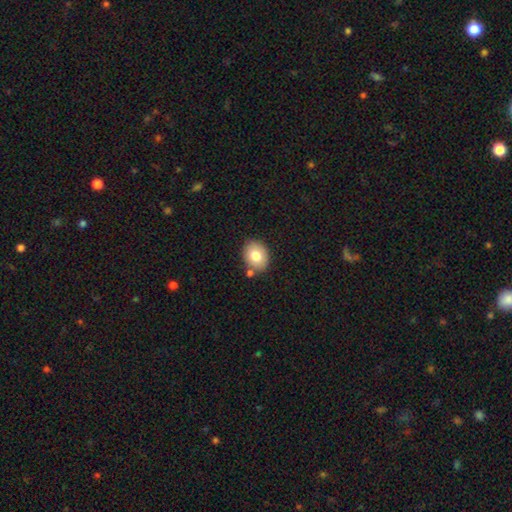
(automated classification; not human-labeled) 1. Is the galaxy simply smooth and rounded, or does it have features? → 78% smooth, 13% featured or disk, 8% star or artifact.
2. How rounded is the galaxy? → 57% in between, 42% round, 1% cigar-shaped.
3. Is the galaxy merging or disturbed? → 77% none, 12% minor disturbance, 9% merger, 3% major disturbance.